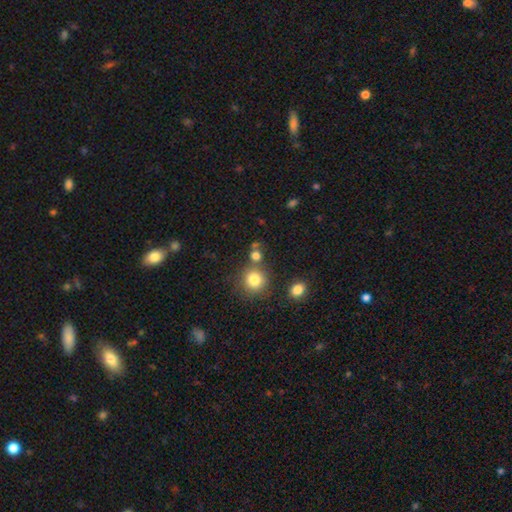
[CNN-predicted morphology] This appears to be a smooth galaxy with no disk features (77%) that is round (86%). Merging: none (65%).